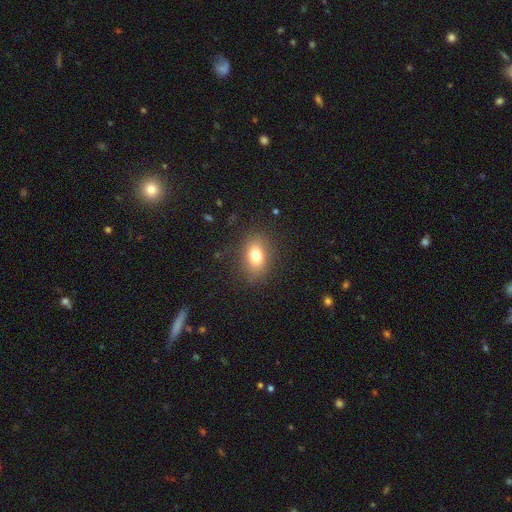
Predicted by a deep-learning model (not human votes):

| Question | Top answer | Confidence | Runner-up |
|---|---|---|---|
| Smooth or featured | smooth | 77% | featured or disk (12%) |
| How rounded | in between | 77% | round (21%) |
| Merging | none | 84% | minor disturbance (11%) |